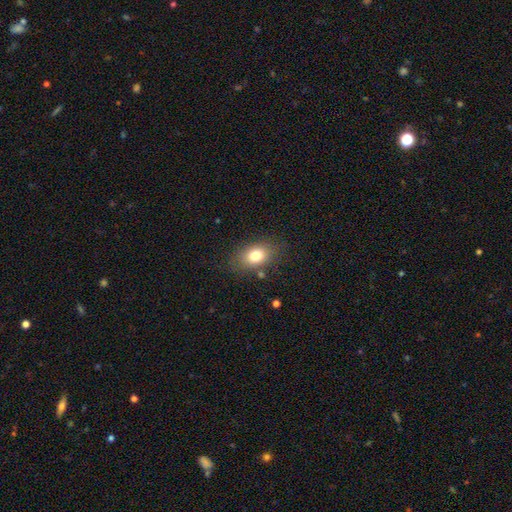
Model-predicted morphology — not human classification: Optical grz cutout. It shows a smooth galaxy with no disk features (79%) that is in between round and cigar-shaped (76%). Merging: none (80%).